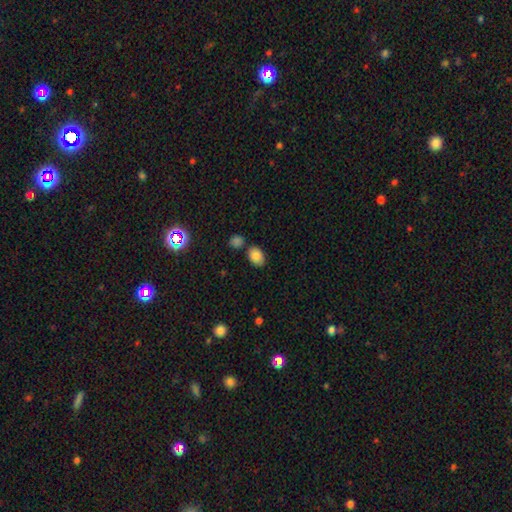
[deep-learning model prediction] smooth_or_featured: smooth (p=0.83) [alt: star or artifact p=0.10]
how_rounded: in between (p=0.82) [alt: round p=0.17]
merging: none (p=0.75) [alt: minor disturbance p=0.12]